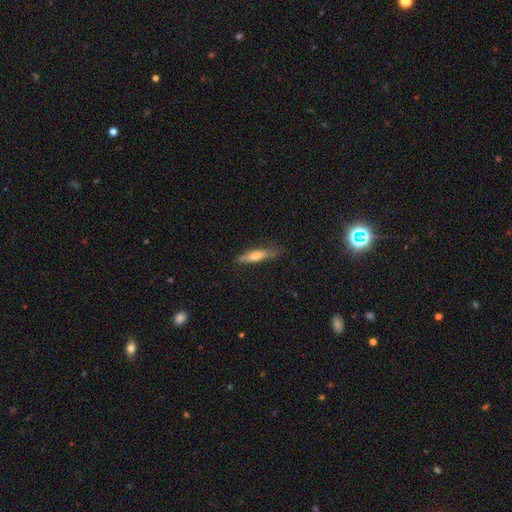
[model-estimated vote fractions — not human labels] smooth-or-featured: smooth: 61% | featured or disk: 33% | star or artifact: 6%
  how-rounded: cigar-shaped: 80% | in between: 18% | round: 2%
  merging: none: 75% | minor disturbance: 19% | major disturbance: 5% | merger: 1%